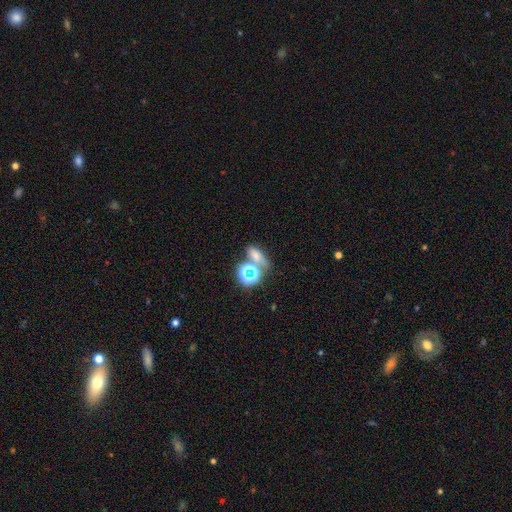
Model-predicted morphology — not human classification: This is possibly a smooth galaxy (56%). How rounded: likely in between (65%). Merging: possibly none (54%).